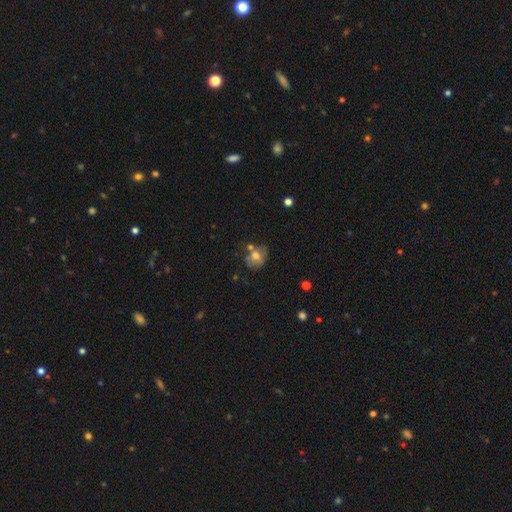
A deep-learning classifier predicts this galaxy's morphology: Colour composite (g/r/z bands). It shows a smooth galaxy with no disk features (61%) that is round (59%). Merging: none (50%).